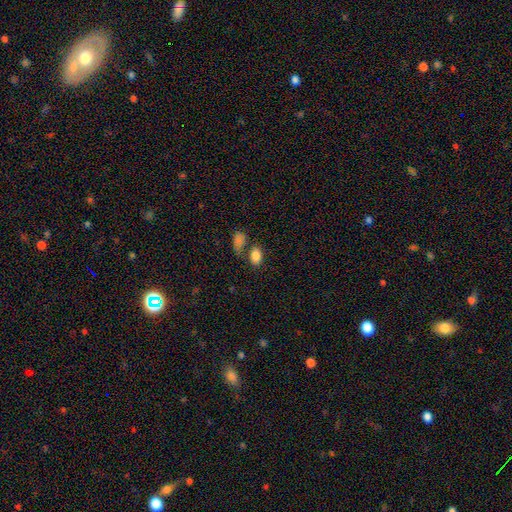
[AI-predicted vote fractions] smooth 84%, star or artifact 9%, featured or disk 6%. Down the decision tree: how rounded — in between (87%); merging — none (59%).